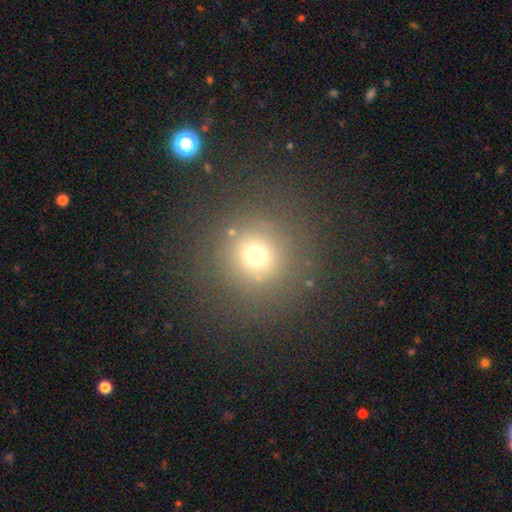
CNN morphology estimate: smooth-or-featured: smooth: 69% | star or artifact: 20% | featured or disk: 11%
  how-rounded: round: 93% | in between: 6% | cigar-shaped: 1%
  merging: none: 83% | minor disturbance: 9% | major disturbance: 6% | merger: 3%